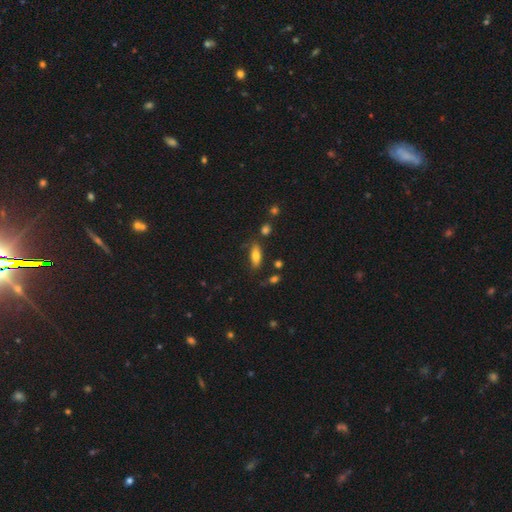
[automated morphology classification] The model was most divided on "how rounded": in between: 72%, cigar-shaped: 25%, round: 3%. More confident: merging — none (76%); smooth or featured — smooth (76%).